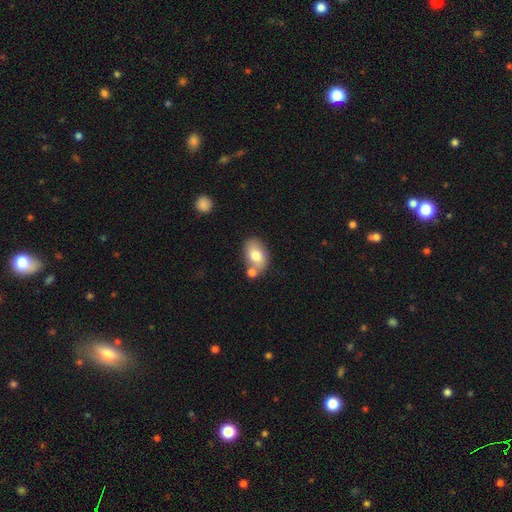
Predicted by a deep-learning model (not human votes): smooth-or-featured: smooth: 73% | featured or disk: 20% | star or artifact: 7%
  how-rounded: in between: 86% | round: 13% | cigar-shaped: 1%
  merging: none: 59% | merger: 22% | minor disturbance: 15% | major disturbance: 4%